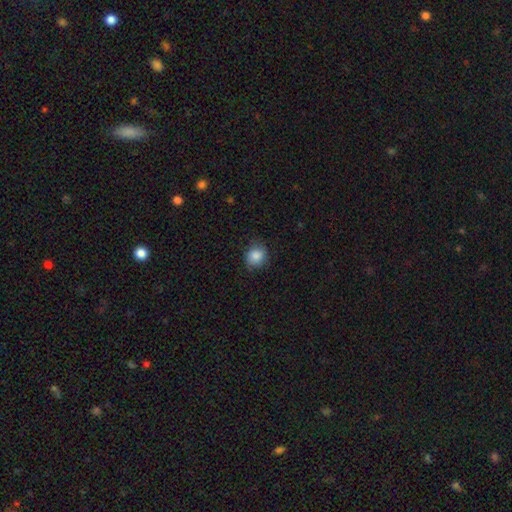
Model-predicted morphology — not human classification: type=smooth (86%); roundness=round (78%); merging=none (79%).